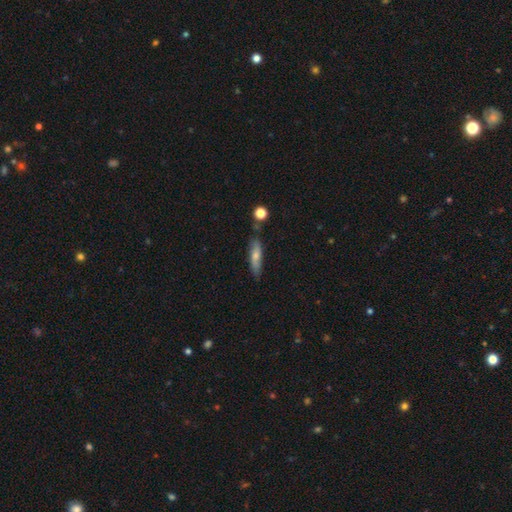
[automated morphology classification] Smooth or featured?
  - smooth: 65% *
  - featured or disk: 28%
  - star or artifact: 7%
How rounded?
  - cigar-shaped: 70% *
  - in between: 28%
  - round: 2%
Merging?
  - none: 75% *
  - minor disturbance: 17%
  - merger: 5%
  - major disturbance: 3%